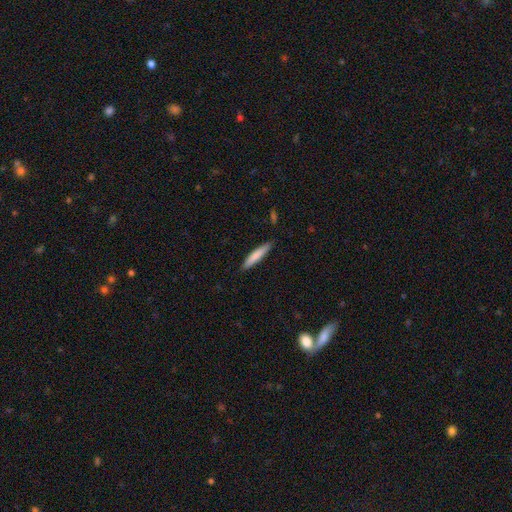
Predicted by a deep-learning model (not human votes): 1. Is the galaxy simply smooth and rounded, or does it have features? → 79% smooth, 15% featured or disk, 6% star or artifact.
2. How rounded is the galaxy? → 90% cigar-shaped, 9% in between, 1% round.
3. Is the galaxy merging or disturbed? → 87% none, 10% minor disturbance, 2% major disturbance, 1% merger.